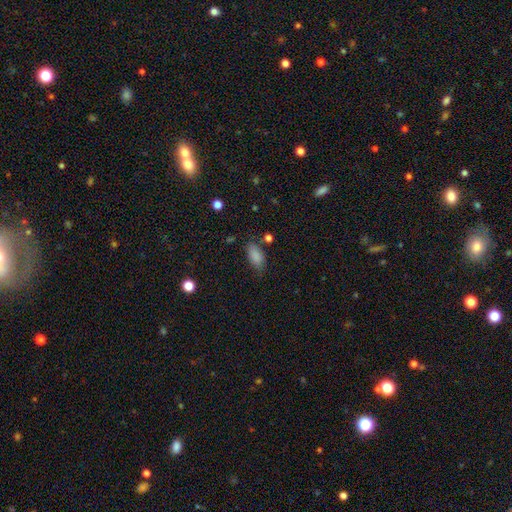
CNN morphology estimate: This is clearly a smooth galaxy (85%). How rounded: clearly in between (90%). Merging: likely none (70%).